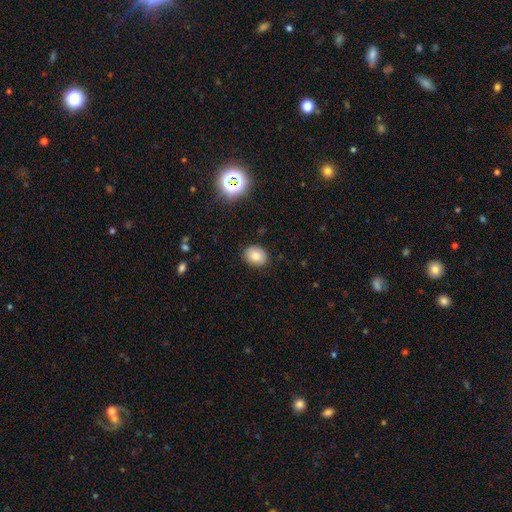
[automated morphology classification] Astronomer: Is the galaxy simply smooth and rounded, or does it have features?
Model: smooth — 81%.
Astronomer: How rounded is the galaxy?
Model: in between — 60% (runner-up: round, 39%).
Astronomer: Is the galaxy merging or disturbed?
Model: none — 88%.